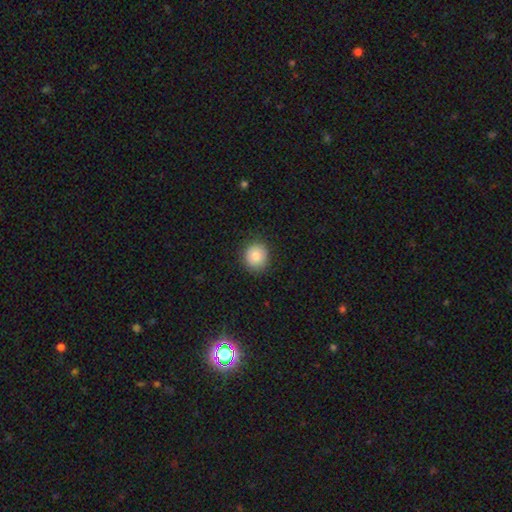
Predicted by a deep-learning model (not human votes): smooth_or_featured: smooth (p=0.81) [alt: featured or disk p=0.10]
how_rounded: round (p=0.87) [alt: in between p=0.12]
merging: none (p=0.88) [alt: minor disturbance p=0.09]